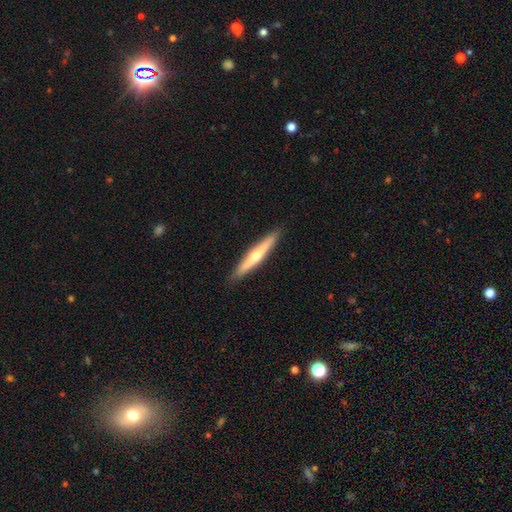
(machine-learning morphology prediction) Smooth or featured? Predicted: featured or disk (p=0.60). Edge-on disk? Predicted: yes (p=0.96). Edge-on bulge? Predicted: rounded (p=0.83). Merging? Predicted: none (p=0.91).